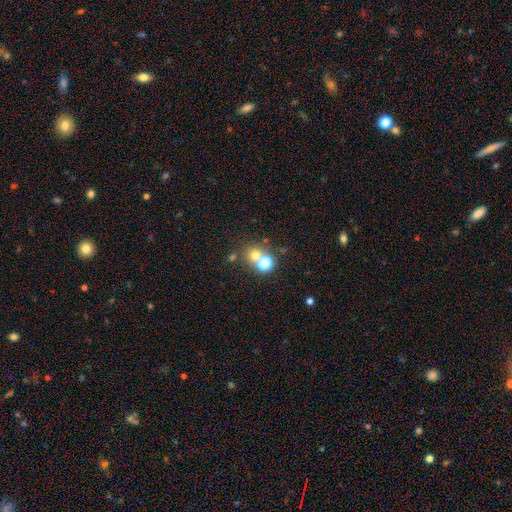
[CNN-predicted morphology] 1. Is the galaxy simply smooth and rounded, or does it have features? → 64% smooth, 24% star or artifact, 12% featured or disk.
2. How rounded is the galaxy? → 86% round, 13% in between, 1% cigar-shaped.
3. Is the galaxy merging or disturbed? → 56% none, 34% merger, 7% minor disturbance, 4% major disturbance.